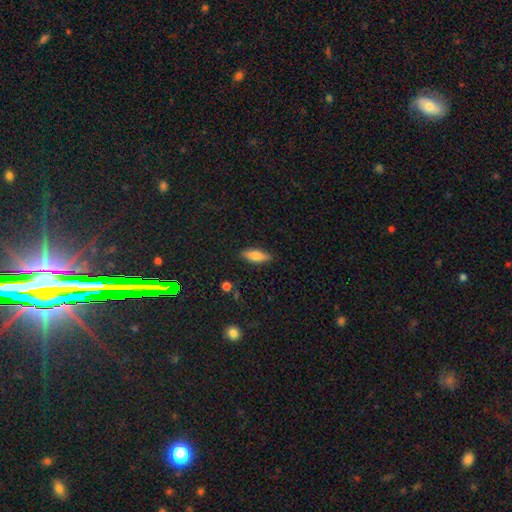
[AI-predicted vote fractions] Morphology: type=smooth (72%); roundness=in between (59%); merging=none (87%).